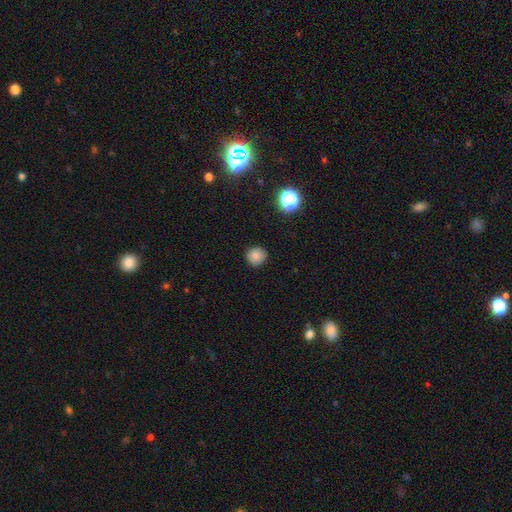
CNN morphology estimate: This appears to be a smooth galaxy with no disk features (83%) that is round (91%). Merging: none (89%).